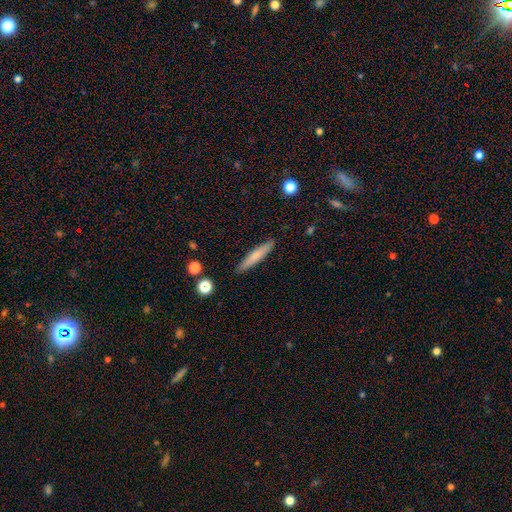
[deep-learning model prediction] The model was most divided on "smooth or featured": smooth: 71%, featured or disk: 23%, star or artifact: 6%. More confident: how rounded — cigar-shaped (92%); merging — none (90%).